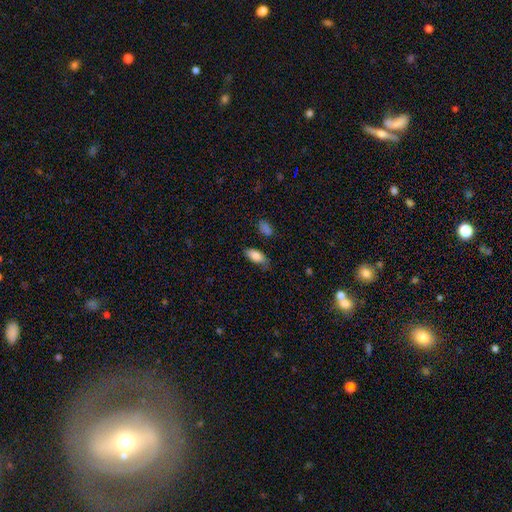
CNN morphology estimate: Smooth or featured?
  - smooth: 83% *
  - featured or disk: 10%
  - star or artifact: 7%
How rounded?
  - in between: 90% *
  - cigar-shaped: 7%
  - round: 3%
Merging?
  - none: 63% *
  - minor disturbance: 27%
  - major disturbance: 7%
  - merger: 3%